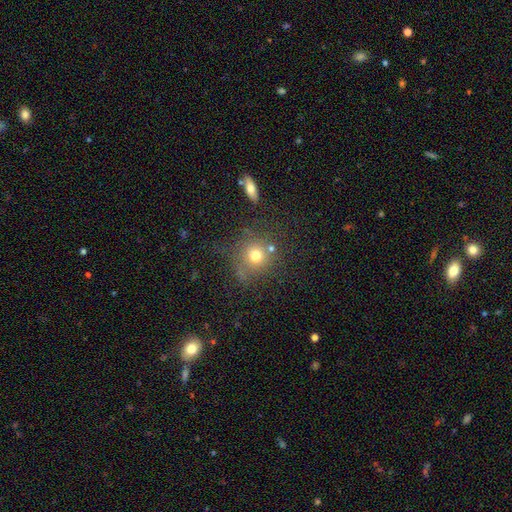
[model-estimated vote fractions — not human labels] Smooth or featured? smooth (71%)
How rounded? round (89%)
Merging? none (70%)